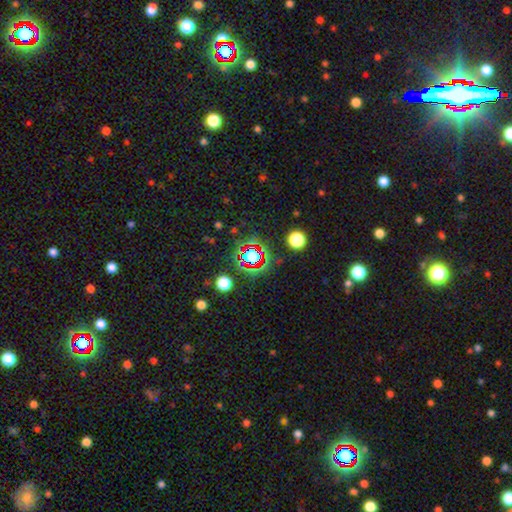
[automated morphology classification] This appears to be a star or artifact, not a galaxy (65%).